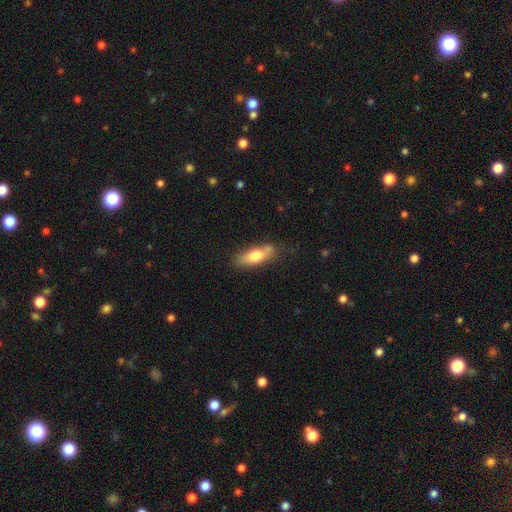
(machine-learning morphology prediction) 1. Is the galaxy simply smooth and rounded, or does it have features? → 70% smooth, 24% featured or disk, 6% star or artifact.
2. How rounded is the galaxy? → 66% in between, 31% cigar-shaped, 3% round.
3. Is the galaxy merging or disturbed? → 63% none, 23% minor disturbance, 8% merger, 6% major disturbance.